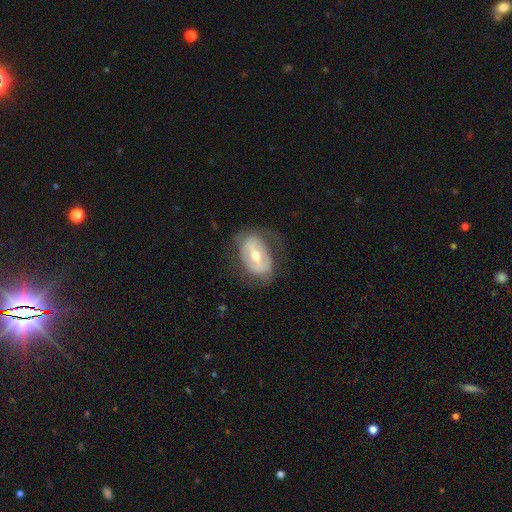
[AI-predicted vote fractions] The model was most divided on "bar": strong: 38%, weak: 36%, no: 25%. More confident: edge-on disk — no (93%); smooth or featured — featured or disk (66%); merging — none (63%); bulge size — moderate (60%); spiral arms — yes (57%).